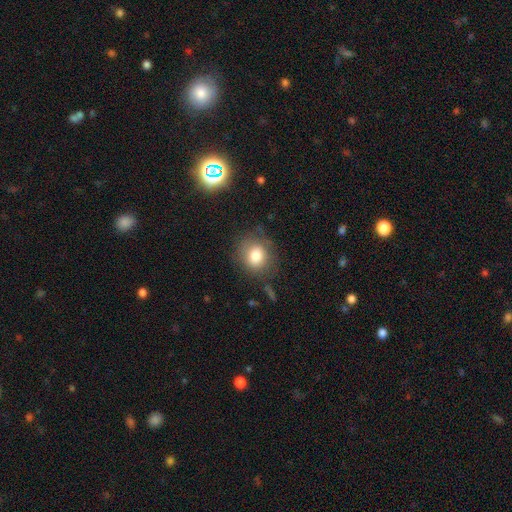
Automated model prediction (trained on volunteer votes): smooth 80%, featured or disk 10%, star or artifact 10%. Down the decision tree: how rounded — round (73%); merging — none (76%).